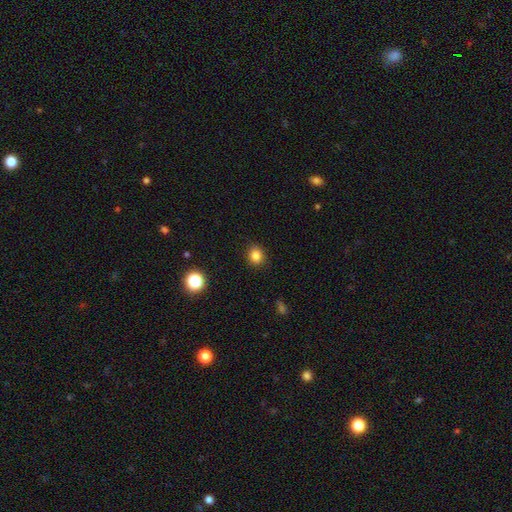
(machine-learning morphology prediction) Smooth or featured? smooth (83%)
How rounded? round (76%)
Merging? none (90%)